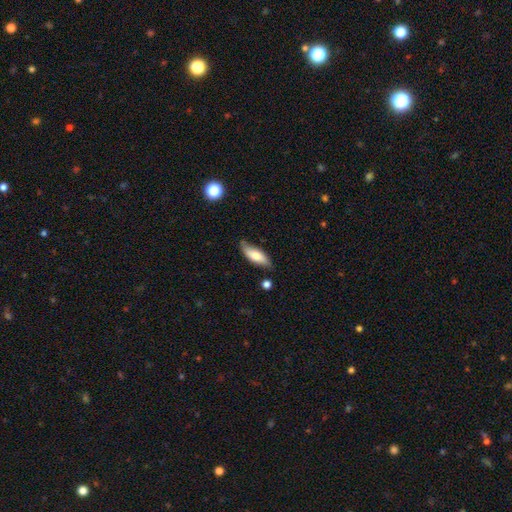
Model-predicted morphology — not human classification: A smooth galaxy with no disk features (71%) that is in between round and cigar-shaped (66%). Merging: none (72%).